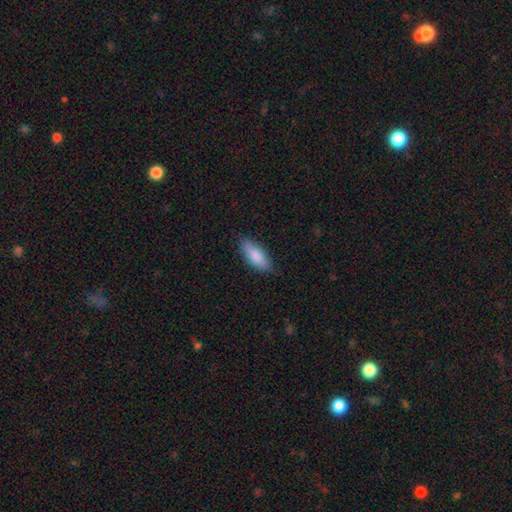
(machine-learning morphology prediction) A smooth galaxy with no disk features (86%) that is in between round and cigar-shaped (74%).

Vote fractions:
- Smooth or featured? smooth: 86% / featured or disk: 8% / star or artifact: 6%
- How rounded? in between: 74% / cigar-shaped: 24% / round: 2%
- Merging? none: 83% / minor disturbance: 13% / major disturbance: 2% / merger: 1%